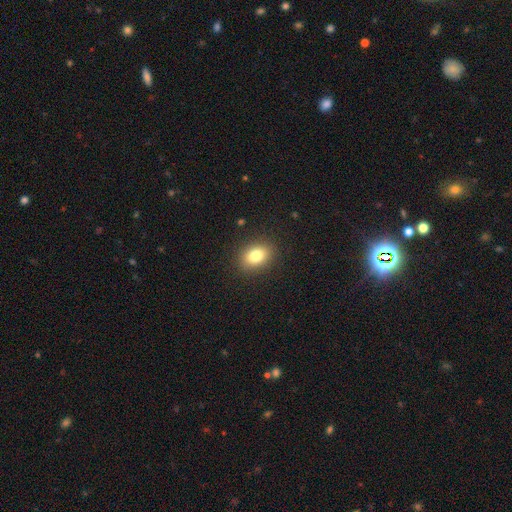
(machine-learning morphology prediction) Overall: smooth (81%). How rounded: in between (70%). Merging: none (88%).